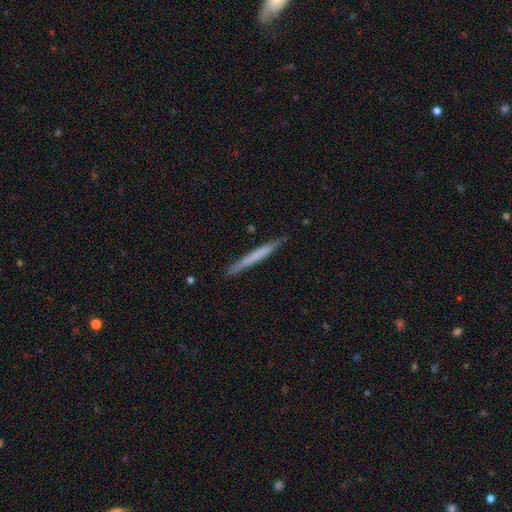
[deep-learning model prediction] A smooth galaxy with no disk features (57%) that is cigar-shaped (97%). Merging: none (88%).